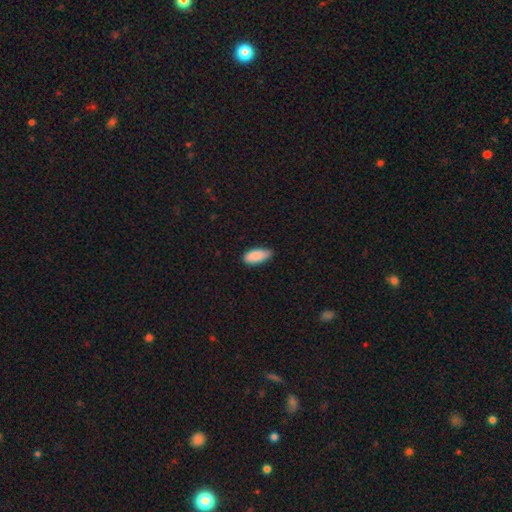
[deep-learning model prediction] The model was most divided on "merging": none: 65%, minor disturbance: 30%, major disturbance: 3%, merger: 1%. More confident: how rounded — in between (90%); smooth or featured — smooth (89%).